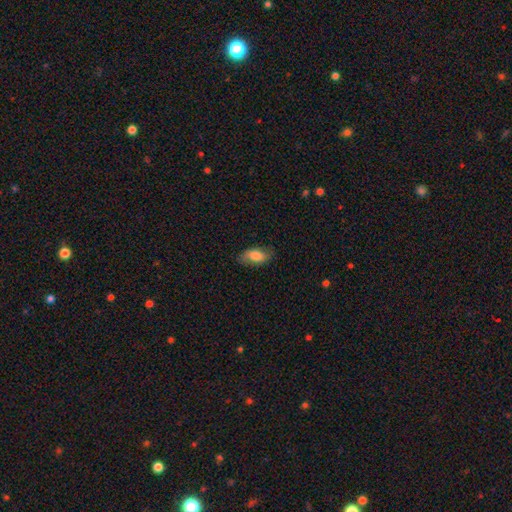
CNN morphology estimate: smooth_or_featured: smooth (p=0.78) [alt: featured or disk p=0.15]
how_rounded: in between (p=0.90) [alt: cigar-shaped p=0.06]
merging: none (p=0.76) [alt: minor disturbance p=0.19]